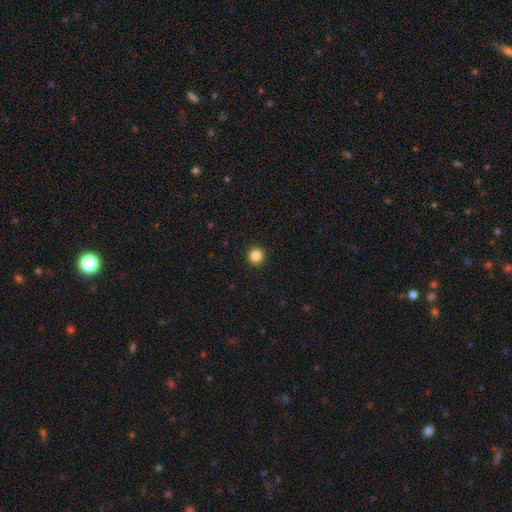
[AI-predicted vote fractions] smooth_or_featured: smooth (p=0.85) [alt: star or artifact p=0.11]
how_rounded: round (p=0.93) [alt: in between p=0.06]
merging: none (p=0.93) [alt: minor disturbance p=0.04]